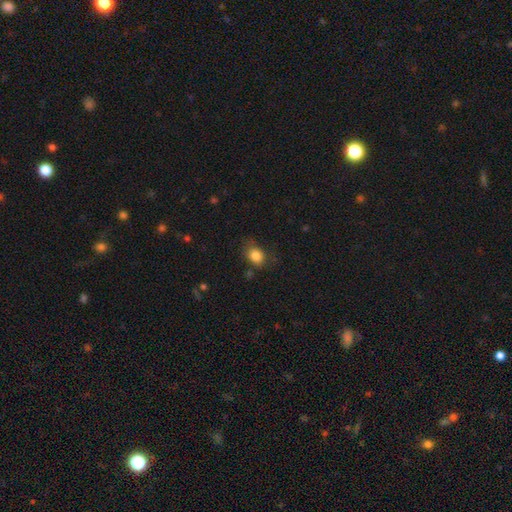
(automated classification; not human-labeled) Smooth or featured: smooth — 84% (star or artifact — 10%)
How rounded: in between — 55% (round — 44%)
Merging: none — 69% (minor disturbance — 22%)